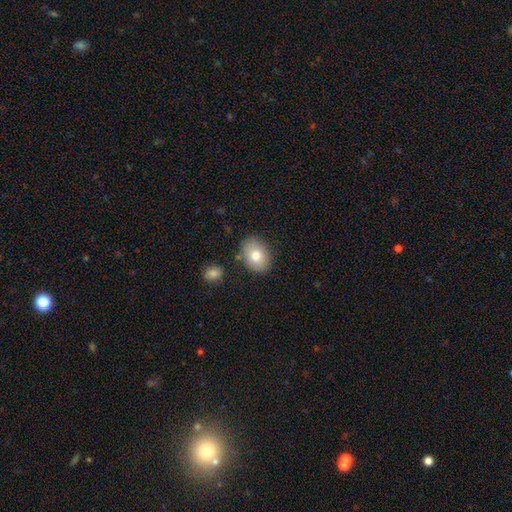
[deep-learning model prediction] Morphology: type=smooth (78%); roundness=in between (68%); merging=none (81%).